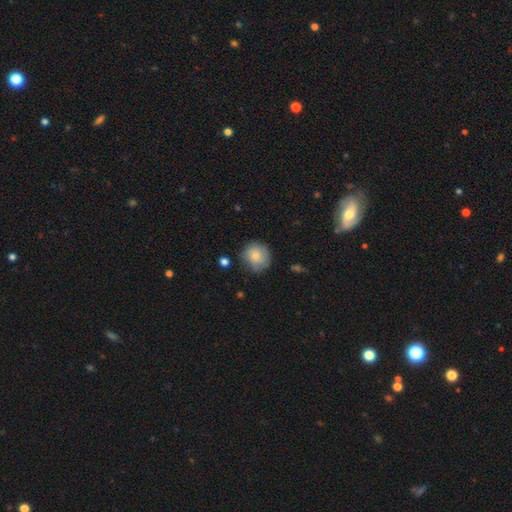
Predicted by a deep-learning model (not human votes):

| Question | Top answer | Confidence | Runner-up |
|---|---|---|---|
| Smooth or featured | smooth | 81% | featured or disk (12%) |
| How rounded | round | 87% | in between (12%) |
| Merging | none | 74% | minor disturbance (20%) |